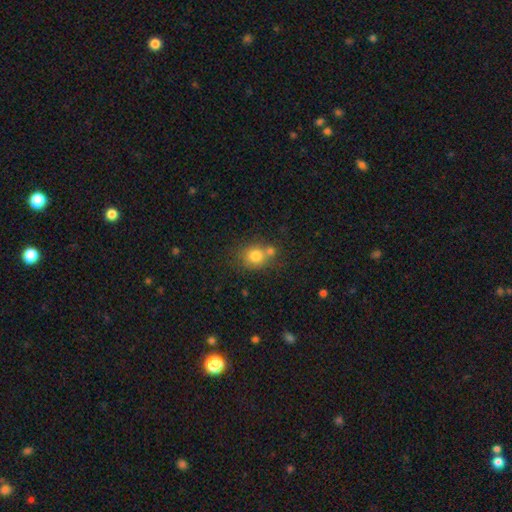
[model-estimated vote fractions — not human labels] A smooth galaxy with no disk features (79%) that is round (74%). Merging: none (54%).